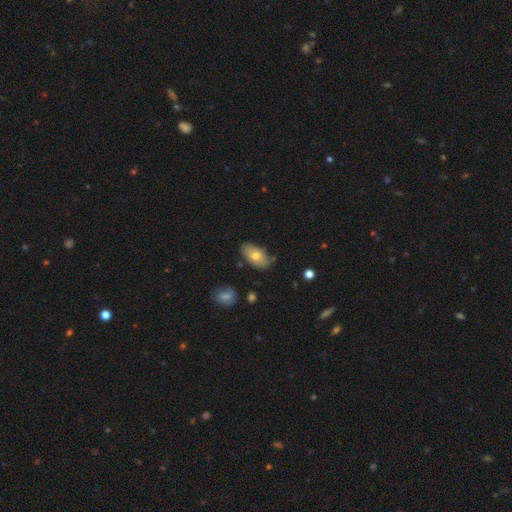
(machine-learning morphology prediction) This appears to be a smooth galaxy with no disk features (70%) that is in between round and cigar-shaped (92%). Merging: none (79%).